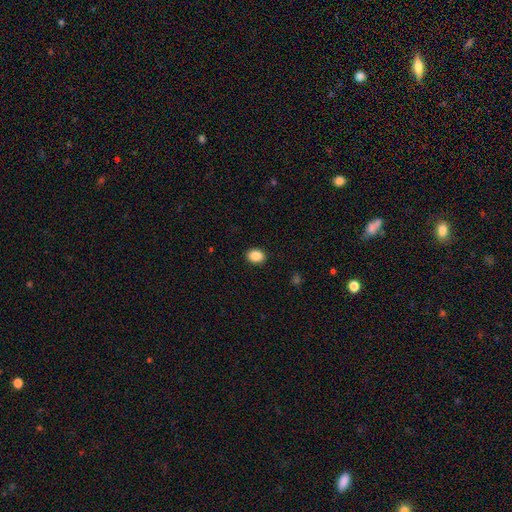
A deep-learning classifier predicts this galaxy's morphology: This is clearly a smooth galaxy (89%). How rounded: possibly in between (55%). Merging: clearly none (91%).